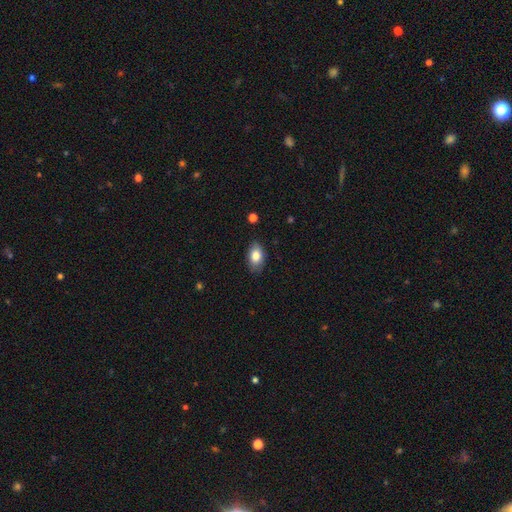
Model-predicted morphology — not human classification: Q: Smooth or featured?
A: smooth (82%); runner-up: featured or disk (11%)
Q: How rounded?
A: in between (89%); runner-up: round (9%)
Q: Merging?
A: none (83%); runner-up: minor disturbance (14%)